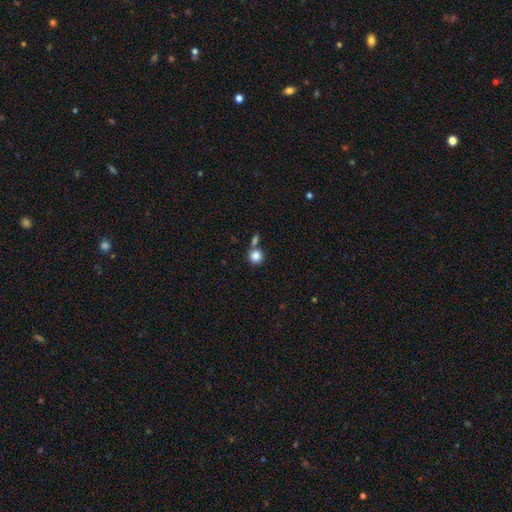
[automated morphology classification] Smooth or featured? Predicted: smooth (p=0.85). How rounded? Predicted: round (p=0.90). Merging? Predicted: none (p=0.60).